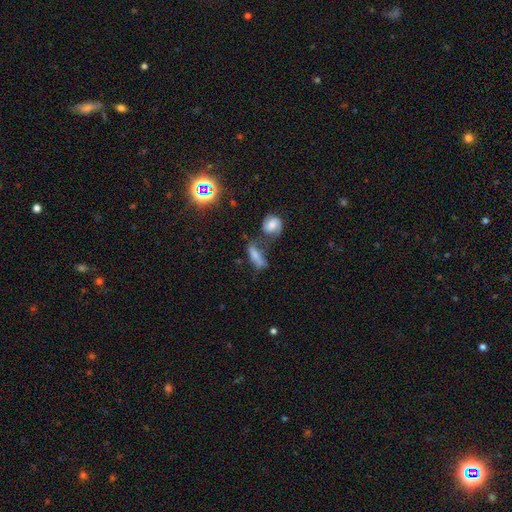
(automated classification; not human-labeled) A smooth galaxy with no disk features (59%) that is in between round and cigar-shaped (54%). Merging: merger (37%).